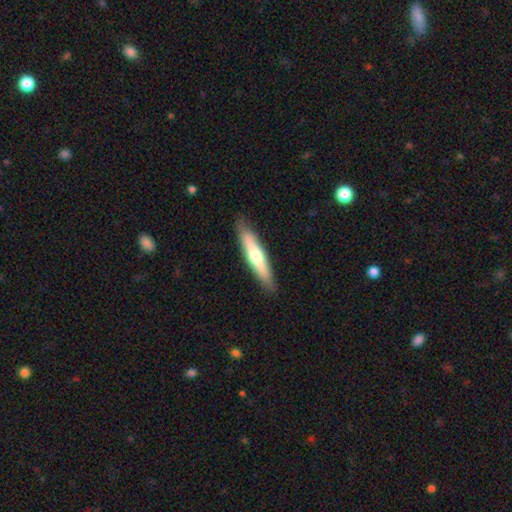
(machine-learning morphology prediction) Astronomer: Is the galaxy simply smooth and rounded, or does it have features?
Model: smooth — 55% (runner-up: featured or disk, 40%).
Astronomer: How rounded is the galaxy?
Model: cigar-shaped — 86%.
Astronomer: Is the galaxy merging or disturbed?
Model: none — 88%.